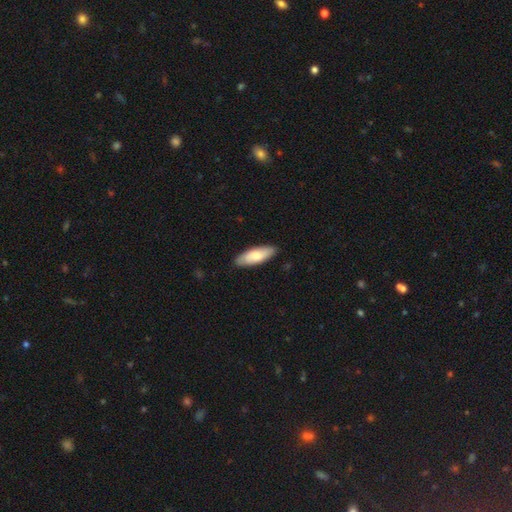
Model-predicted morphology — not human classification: Smooth or featured: smooth — 77% (featured or disk — 18%)
How rounded: in between — 66% (cigar-shaped — 33%)
Merging: none — 88% (minor disturbance — 10%)